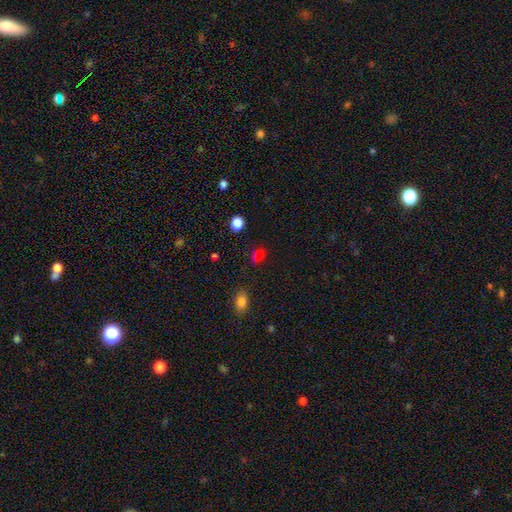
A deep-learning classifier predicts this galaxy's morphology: smooth_or_featured: smooth (p=0.60) [alt: star or artifact p=0.33]
how_rounded: round (p=0.50) [alt: in between p=0.47]
merging: none (p=0.74) [alt: minor disturbance p=0.14]